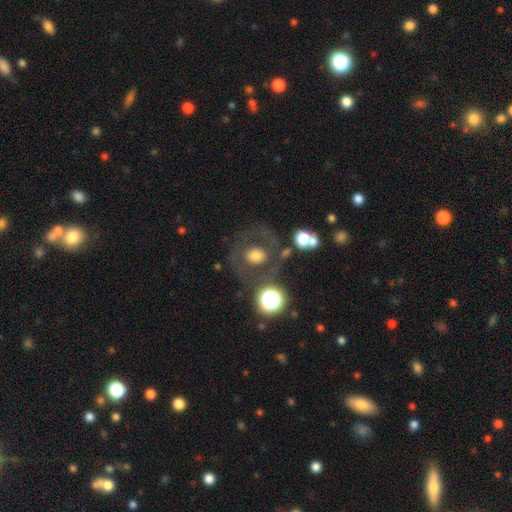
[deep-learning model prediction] Smooth or featured: smooth — 50% (featured or disk — 37%)
How rounded: round — 80% (in between — 19%)
Merging: none — 71% (major disturbance — 13%)